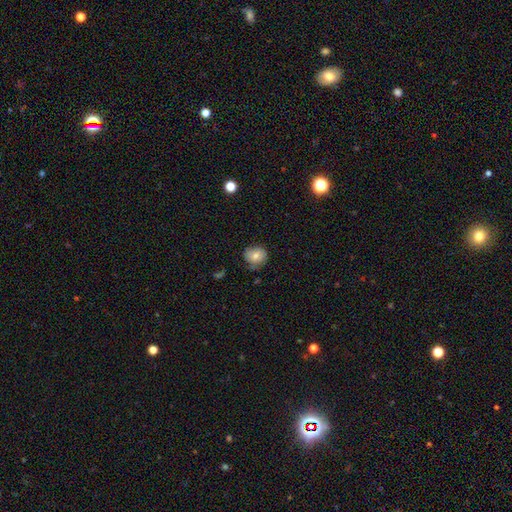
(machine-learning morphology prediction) type=smooth (74%); roundness=round (81%); merging=none (67%).